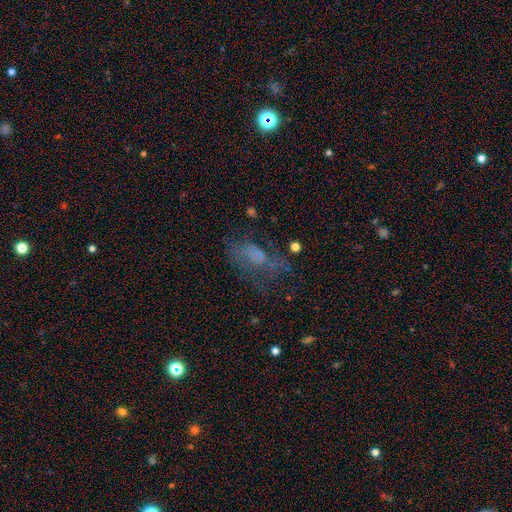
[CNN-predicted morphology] The model was most divided on "smooth or featured": smooth: 41%, featured or disk: 39%, star or artifact: 20%. Remaining: merging — none (41%).